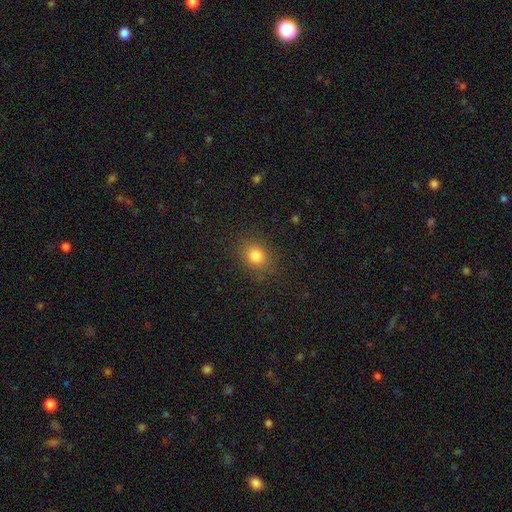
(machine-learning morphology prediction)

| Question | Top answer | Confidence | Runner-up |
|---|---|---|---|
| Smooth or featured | smooth | 82% | star or artifact (12%) |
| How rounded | round | 58% | in between (41%) |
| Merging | none | 85% | minor disturbance (10%) |